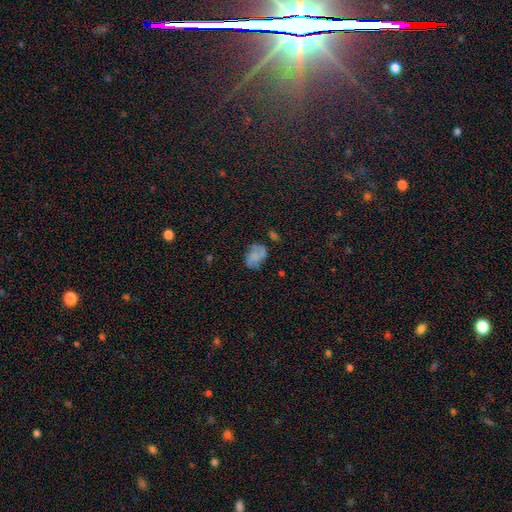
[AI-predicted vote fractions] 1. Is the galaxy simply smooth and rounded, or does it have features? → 56% smooth, 32% featured or disk, 11% star or artifact.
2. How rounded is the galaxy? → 75% in between, 23% round, 1% cigar-shaped.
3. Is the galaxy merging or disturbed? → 56% none, 26% minor disturbance, 13% major disturbance, 5% merger.